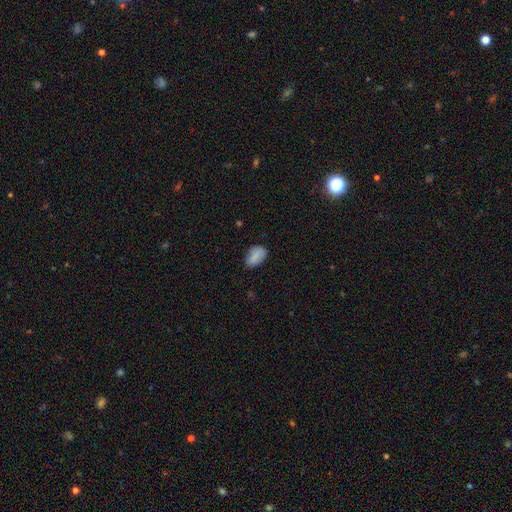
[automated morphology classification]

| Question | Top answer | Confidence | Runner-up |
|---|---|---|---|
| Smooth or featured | smooth | 84% | star or artifact (8%) |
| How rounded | in between | 90% | round (8%) |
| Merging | none | 69% | minor disturbance (24%) |